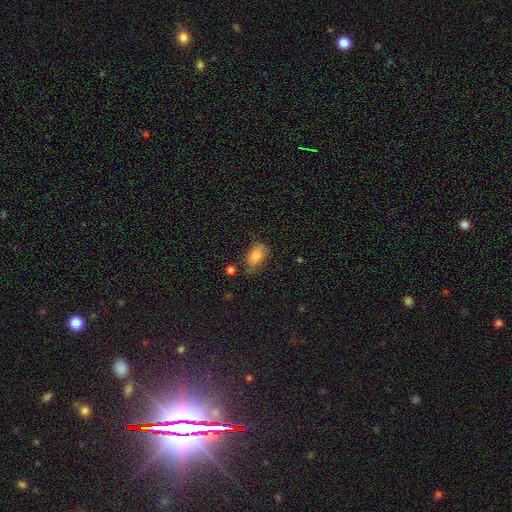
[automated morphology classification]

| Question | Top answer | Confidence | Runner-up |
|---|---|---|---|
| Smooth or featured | smooth | 82% | star or artifact (9%) |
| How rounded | in between | 89% | round (8%) |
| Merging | none | 60% | minor disturbance (28%) |